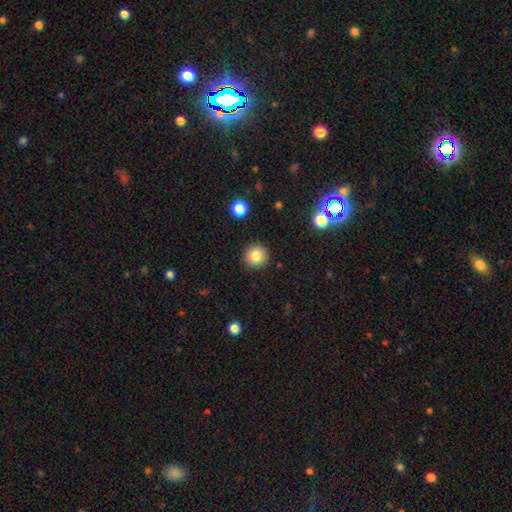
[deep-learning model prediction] Overall: smooth (82%). How rounded: round (94%). Merging: none (91%).